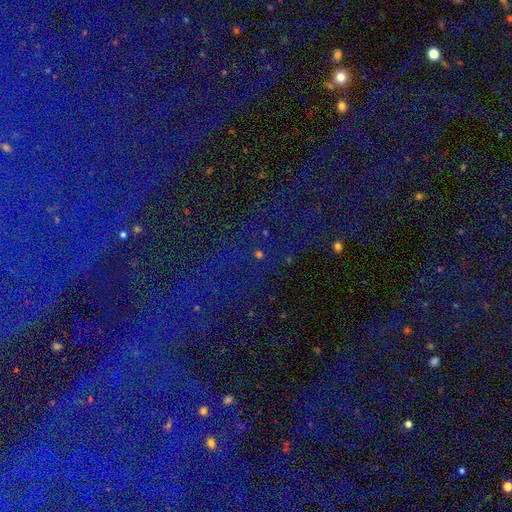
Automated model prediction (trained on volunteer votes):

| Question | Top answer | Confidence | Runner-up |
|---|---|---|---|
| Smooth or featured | star or artifact | 86% | smooth (7%) |